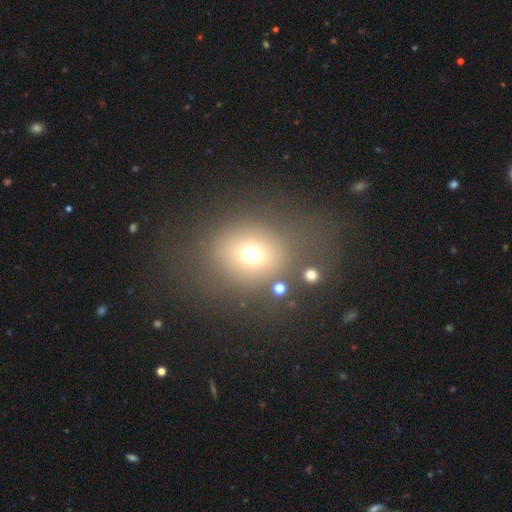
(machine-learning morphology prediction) Overall: smooth (60%; star or artifact 26%). How rounded: in between (52%; round 46%). Merging: none (75%).